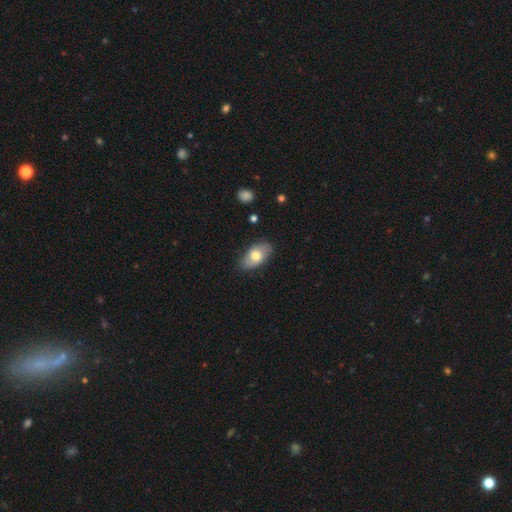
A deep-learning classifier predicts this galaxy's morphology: smooth-or-featured: smooth: 68% | featured or disk: 26% | star or artifact: 6%
  how-rounded: in between: 93% | round: 5% | cigar-shaped: 2%
  merging: none: 78% | minor disturbance: 17% | major disturbance: 3% | merger: 1%